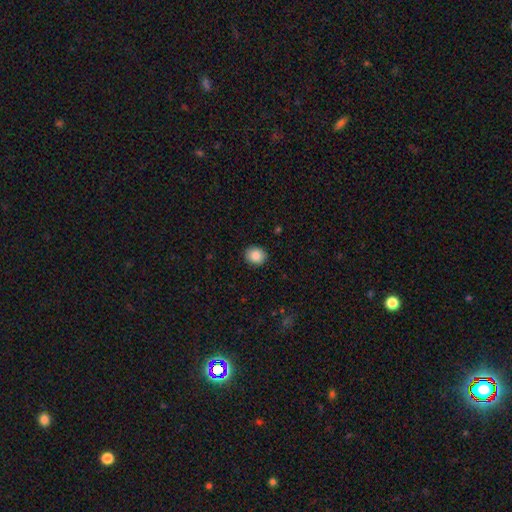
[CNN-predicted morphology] A smooth galaxy with no disk features (88%) that is round (70%). Merging: none (90%).